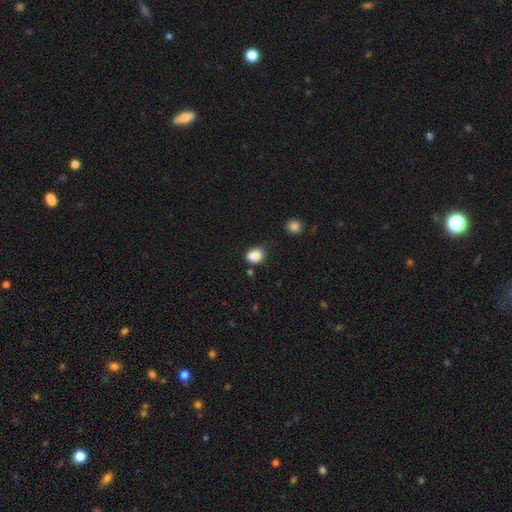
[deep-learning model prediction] Smooth or featured? smooth (85%)
How rounded? in between (63%)
Merging? none (62%)